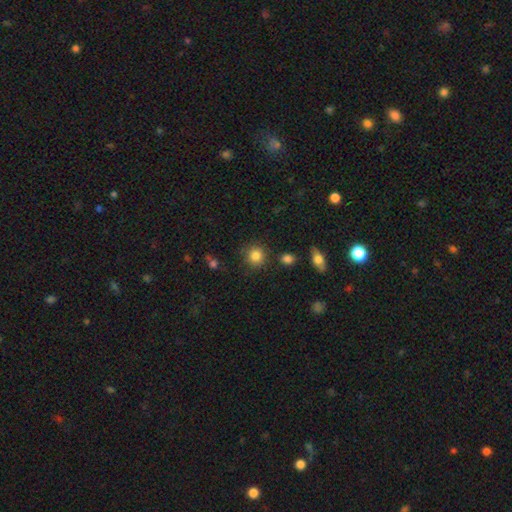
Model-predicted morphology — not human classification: Overall: smooth (85%). How rounded: round (90%). Merging: none (85%).